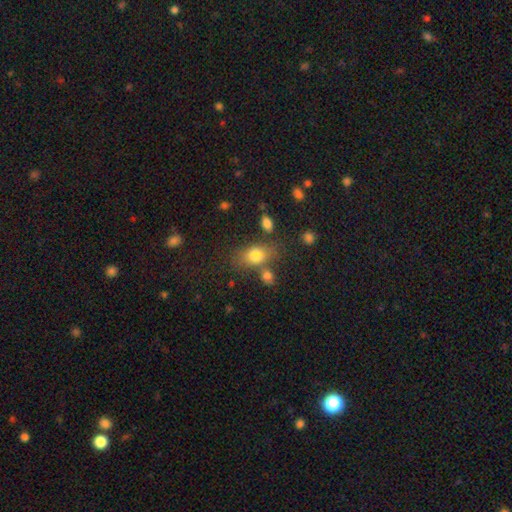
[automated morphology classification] Overall: smooth (77%). How rounded: in between (79%). Merging: none (59%).